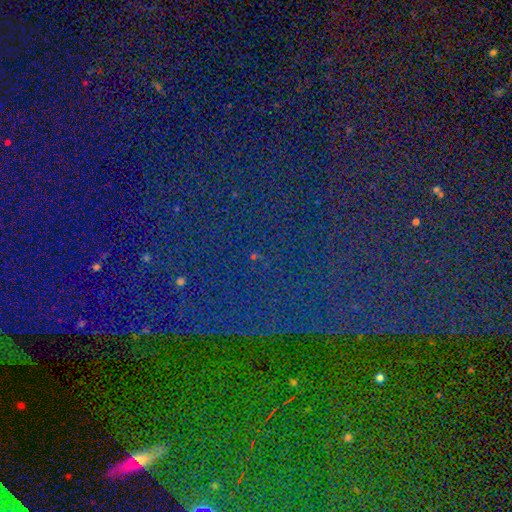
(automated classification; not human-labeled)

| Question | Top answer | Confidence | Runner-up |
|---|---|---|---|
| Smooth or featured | star or artifact | 84% | smooth (9%) |